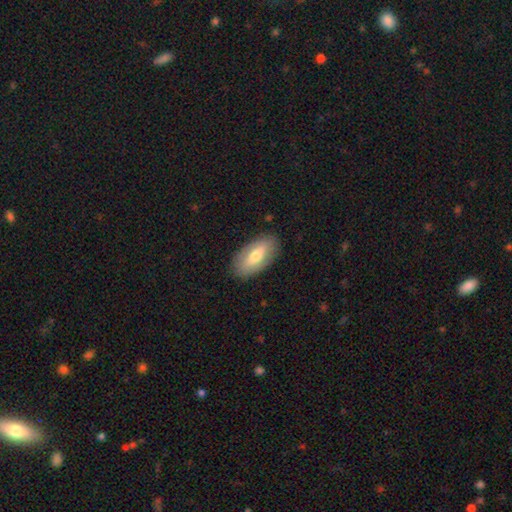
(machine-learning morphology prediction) smooth-or-featured: smooth: 64% | featured or disk: 30% | star or artifact: 6%
  how-rounded: in between: 89% | cigar-shaped: 8% | round: 3%
  merging: none: 86% | minor disturbance: 10% | major disturbance: 3% | merger: 1%